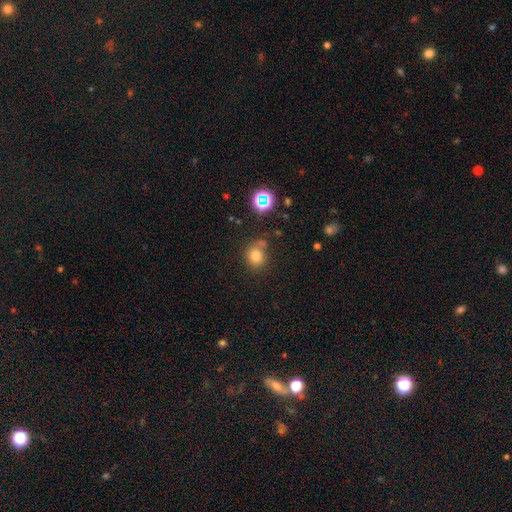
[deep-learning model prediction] A smooth galaxy with no disk features (76%) that is round (76%).

Vote fractions:
- Smooth or featured? smooth: 76% / star or artifact: 16% / featured or disk: 8%
- How rounded? round: 76% / in between: 23% / cigar-shaped: 1%
- Merging? none: 66% / minor disturbance: 18% / merger: 10% / major disturbance: 6%